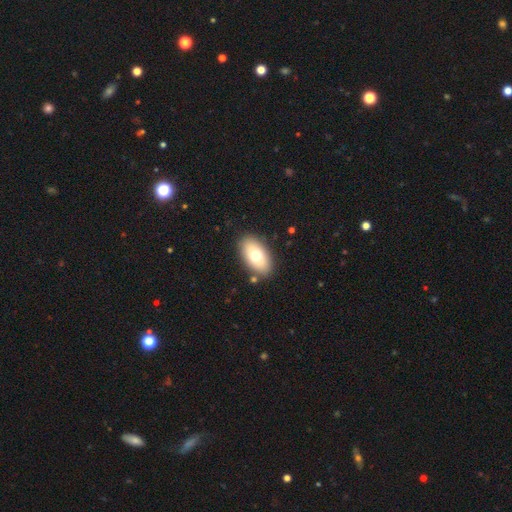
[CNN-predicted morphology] Smooth or featured? smooth (71%)
How rounded? in between (92%)
Merging? none (85%)